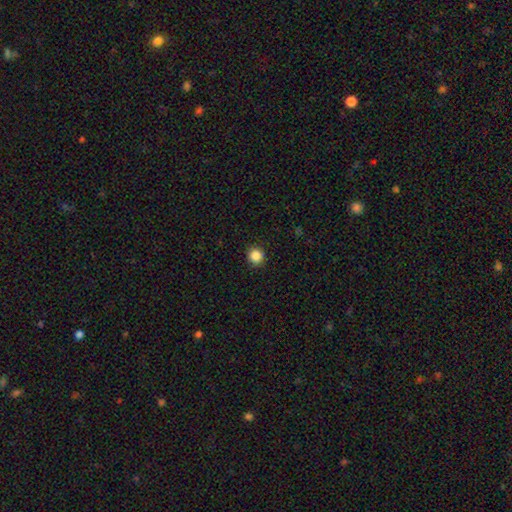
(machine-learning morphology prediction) smooth_or_featured: smooth (p=0.86) [alt: star or artifact p=0.10]
how_rounded: round (p=0.92) [alt: in between p=0.07]
merging: none (p=0.92) [alt: minor disturbance p=0.06]